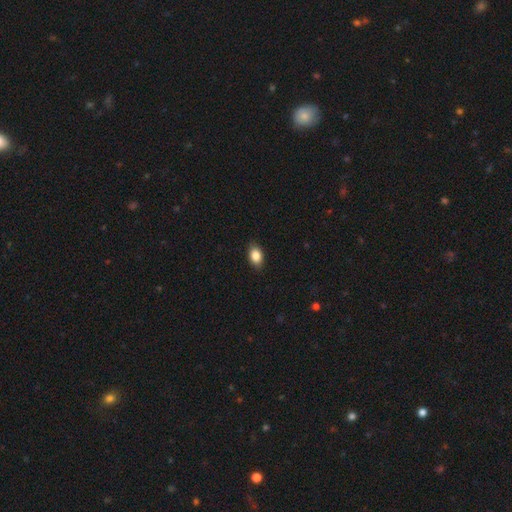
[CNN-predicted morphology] Smooth or featured: smooth — 87% (star or artifact — 8%)
How rounded: in between — 87% (round — 12%)
Merging: none — 88% (minor disturbance — 9%)